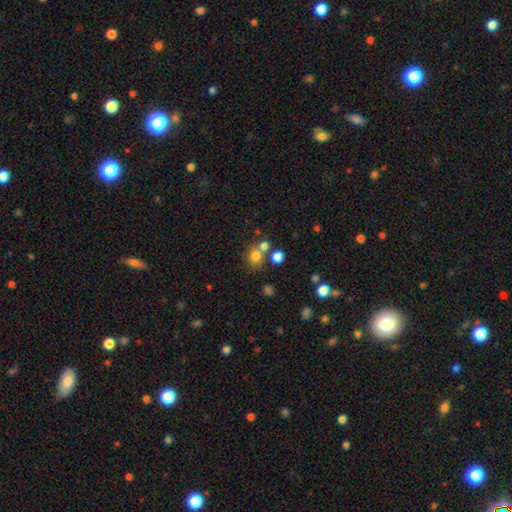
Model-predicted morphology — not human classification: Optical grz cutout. It shows a smooth galaxy with no disk features (75%) that is round (79%). Merging: none (56%).